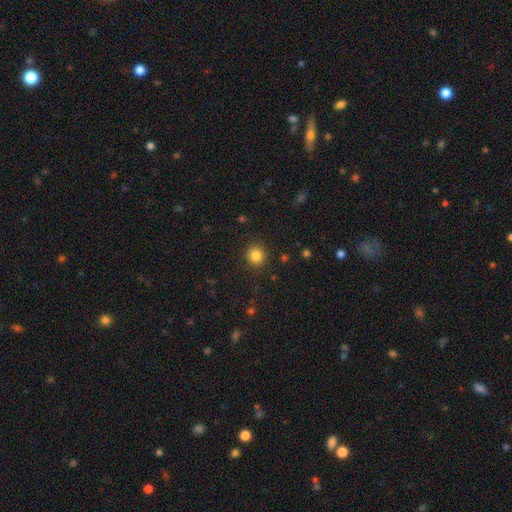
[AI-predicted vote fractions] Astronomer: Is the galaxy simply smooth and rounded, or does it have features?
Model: smooth — 83%.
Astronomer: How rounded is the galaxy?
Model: round — 91%.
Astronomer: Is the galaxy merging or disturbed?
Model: none — 90%.